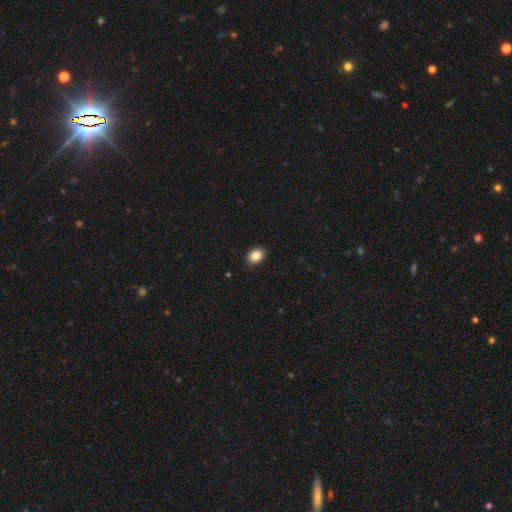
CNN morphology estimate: A smooth galaxy with no disk features (86%) that is in between round and cigar-shaped (64%). Merging: none (88%).